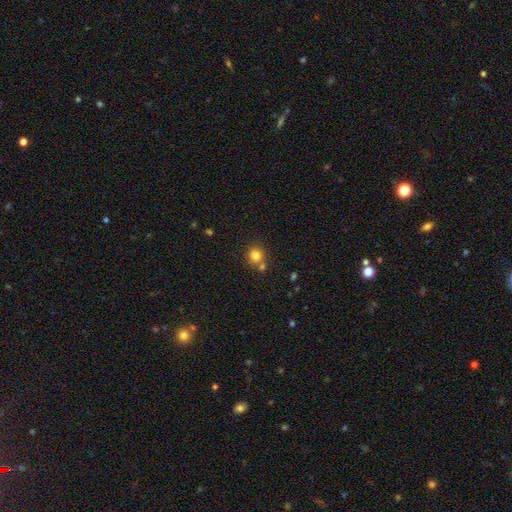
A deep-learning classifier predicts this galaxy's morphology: Smooth or featured?
  - smooth: 81% *
  - star or artifact: 12%
  - featured or disk: 7%
How rounded?
  - round: 86% *
  - in between: 13%
  - cigar-shaped: 1%
Merging?
  - none: 65% *
  - merger: 23%
  - minor disturbance: 10%
  - major disturbance: 3%